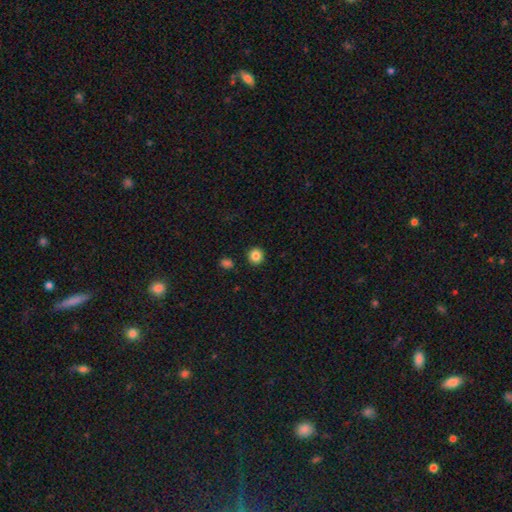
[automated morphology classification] A smooth galaxy with no disk features (85%) that is round (92%). Merging: none (92%).